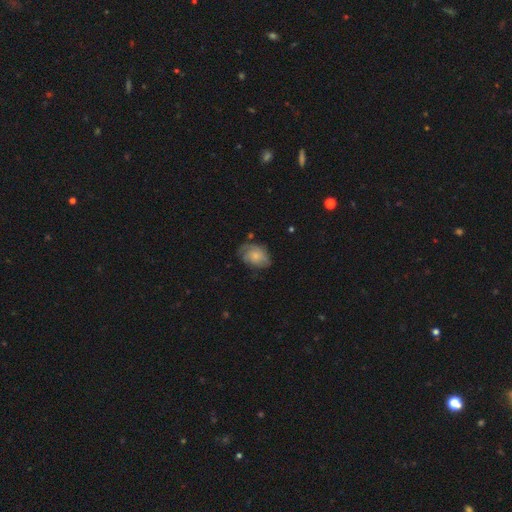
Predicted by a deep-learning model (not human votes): Q: Smooth or featured?
A: featured or disk (46%); tied with: smooth (46%)
Q: Merging?
A: none (55%); runner-up: minor disturbance (29%)